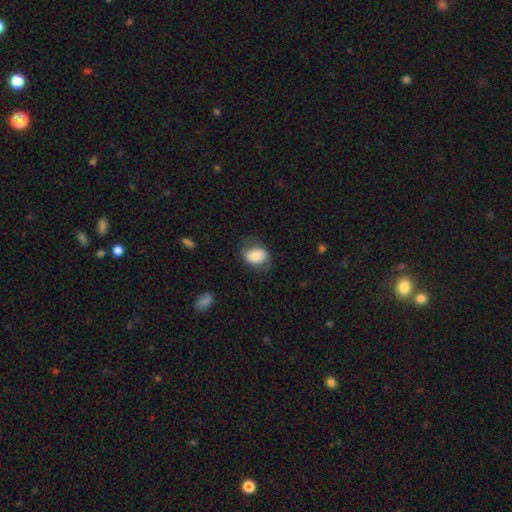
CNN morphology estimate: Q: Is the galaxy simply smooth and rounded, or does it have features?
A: smooth — 73%.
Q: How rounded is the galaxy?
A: in between — 69%.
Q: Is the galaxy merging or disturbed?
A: none — 59%.